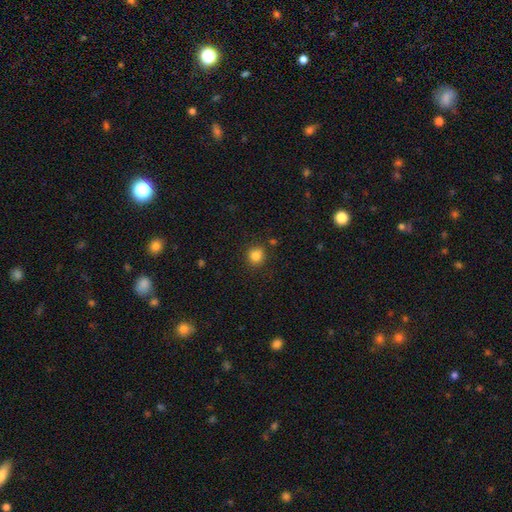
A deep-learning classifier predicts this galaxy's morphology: smooth-or-featured: smooth: 83% | star or artifact: 12% | featured or disk: 5%
  how-rounded: round: 88% | in between: 11% | cigar-shaped: 1%
  merging: none: 84% | minor disturbance: 9% | merger: 4% | major disturbance: 3%